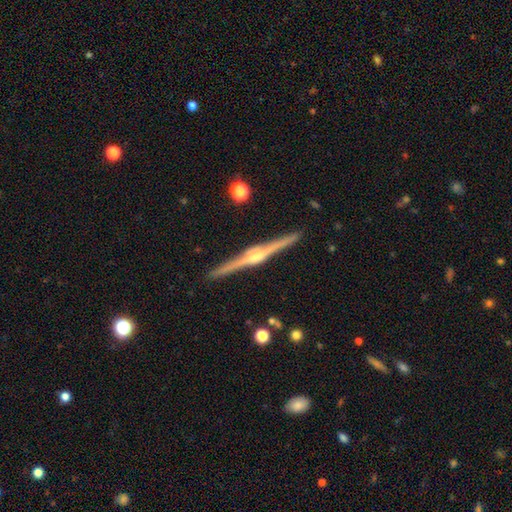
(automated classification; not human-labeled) Smooth or featured? featured or disk (87%)
Edge-on disk? yes (98%)
Edge-on bulge? rounded (81%)
Merging? none (91%)